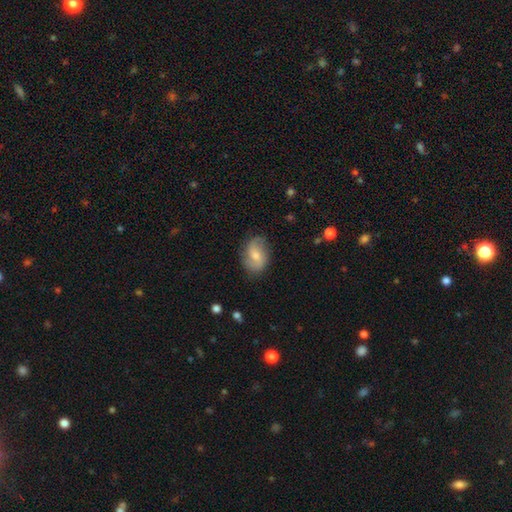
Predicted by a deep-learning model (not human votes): A smooth galaxy with no disk features (49%). Merging: none (76%).